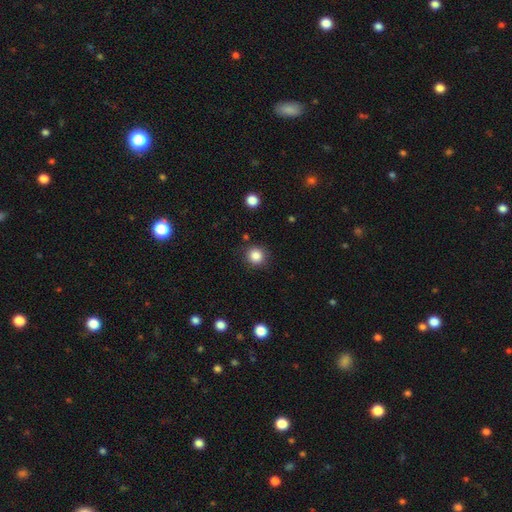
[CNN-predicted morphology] Smooth or featured? smooth (85%)
How rounded? round (91%)
Merging? none (86%)